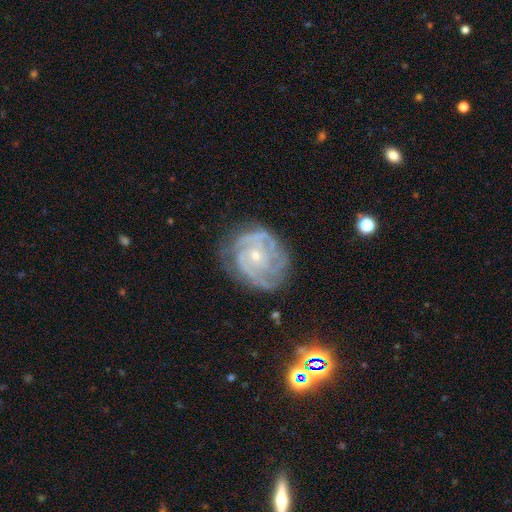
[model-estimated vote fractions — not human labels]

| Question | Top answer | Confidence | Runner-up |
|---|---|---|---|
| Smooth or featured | featured or disk | 86% | smooth (8%) |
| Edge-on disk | no | 98% | yes (2%) |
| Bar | no | 75% | weak (21%) |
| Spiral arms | yes | 95% | no (5%) |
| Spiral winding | tight | 68% | medium (26%) |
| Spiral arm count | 3 | 28% | can't tell (27%) |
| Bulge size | small | 70% | moderate (27%) |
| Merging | none | 69% | minor disturbance (21%) |